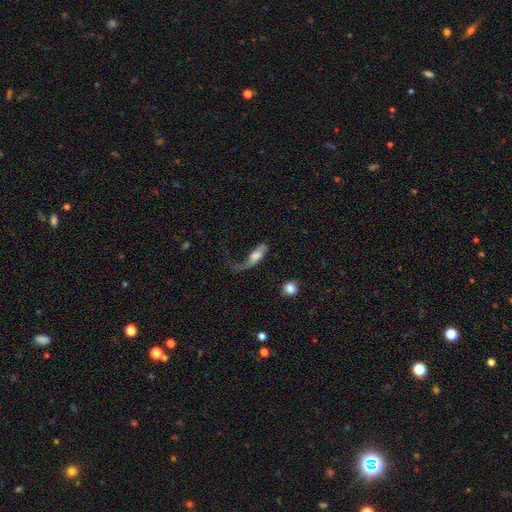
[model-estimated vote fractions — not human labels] Smooth or featured?
  - featured or disk: 51% *
  - smooth: 41%
  - star or artifact: 8%
Edge-on disk?
  - no: 81% *
  - yes: 19%
Merging?
  - major disturbance: 55% *
  - none: 23%
  - minor disturbance: 16%
  - merger: 6%